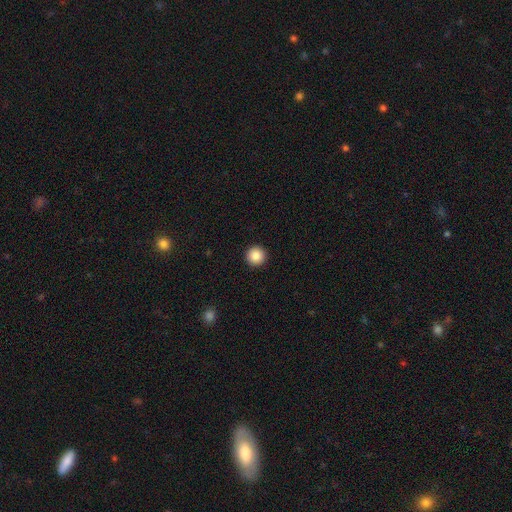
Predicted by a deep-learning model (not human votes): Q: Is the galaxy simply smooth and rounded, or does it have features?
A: smooth — 87%.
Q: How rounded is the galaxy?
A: round — 97%.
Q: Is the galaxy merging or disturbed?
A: none — 94%.